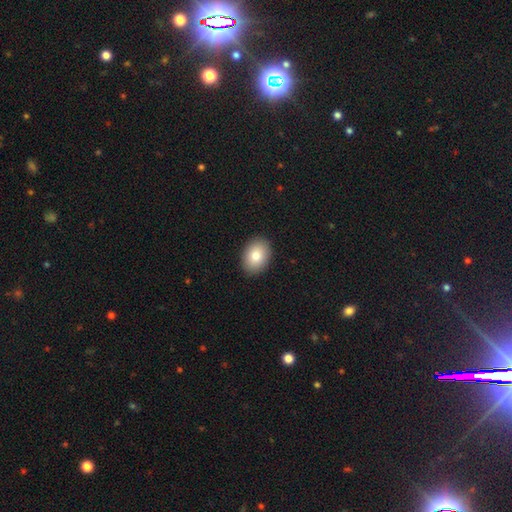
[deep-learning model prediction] Overall: smooth (82%). How rounded: in between (74%). Merging: none (91%).